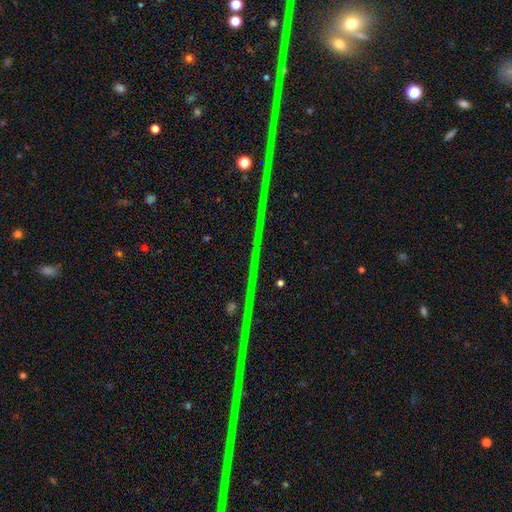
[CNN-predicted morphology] Smooth or featured? Predicted: star or artifact (p=0.79).